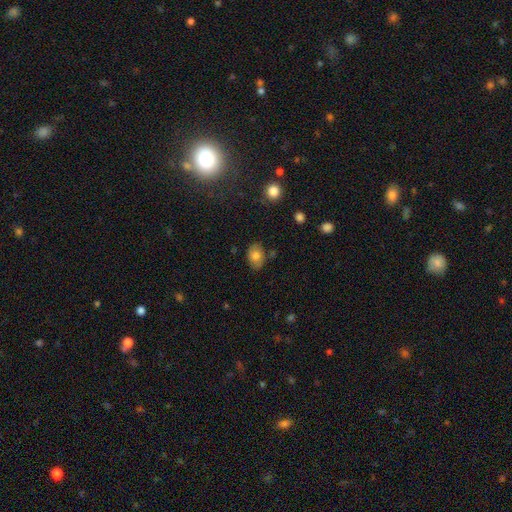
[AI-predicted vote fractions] Q: Smooth or featured?
A: smooth (74%); runner-up: featured or disk (16%)
Q: How rounded?
A: in between (71%); runner-up: round (28%)
Q: Merging?
A: none (79%); runner-up: minor disturbance (15%)